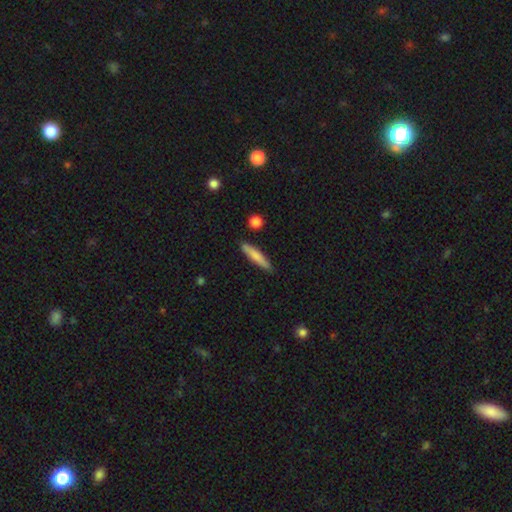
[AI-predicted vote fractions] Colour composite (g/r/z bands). It shows a smooth galaxy with no disk features (76%) that is cigar-shaped (89%). Merging: none (87%).